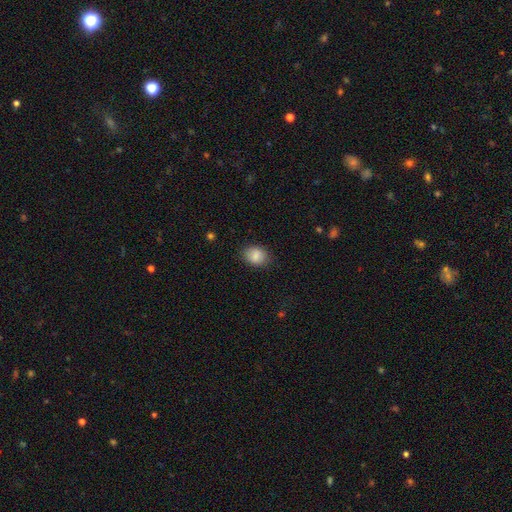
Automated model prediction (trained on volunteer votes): Smooth or featured? Predicted: smooth (p=0.87). How rounded? Predicted: in between (p=0.59). Merging? Predicted: none (p=0.83).